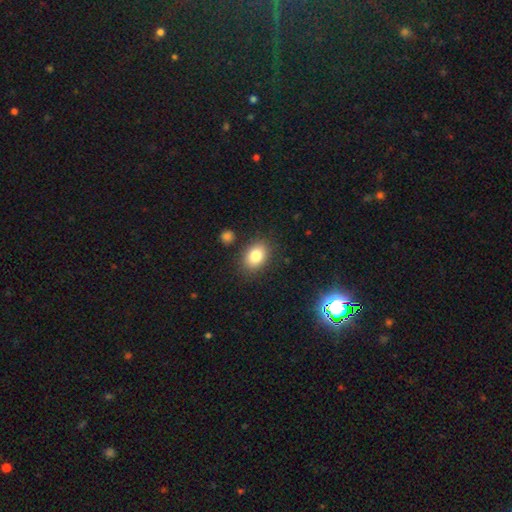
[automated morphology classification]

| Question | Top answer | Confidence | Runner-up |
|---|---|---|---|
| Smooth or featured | smooth | 81% | star or artifact (10%) |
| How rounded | in between | 71% | round (27%) |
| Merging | none | 85% | minor disturbance (10%) |